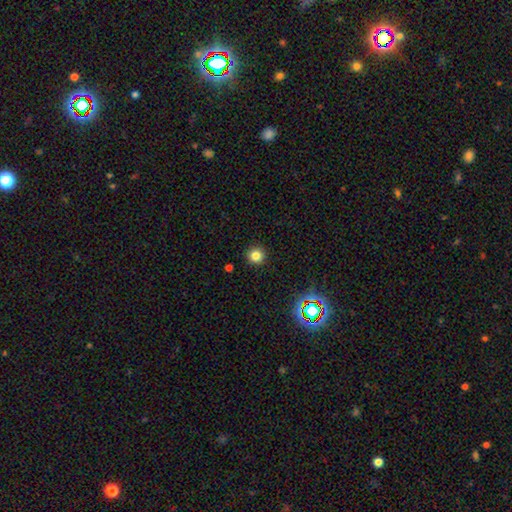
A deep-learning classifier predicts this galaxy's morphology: Overall: smooth (81%). How rounded: round (95%). Merging: none (92%).